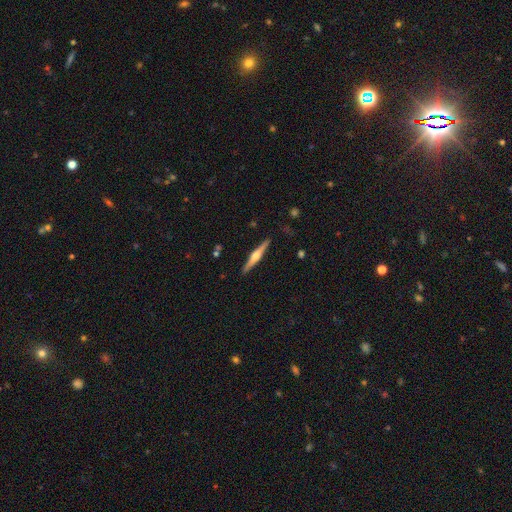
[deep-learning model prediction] The model was most divided on "smooth or featured": featured or disk: 73%, smooth: 22%, star or artifact: 5%. More confident: edge-on disk — yes (98%); edge-on bulge — rounded (91%); merging — none (91%).